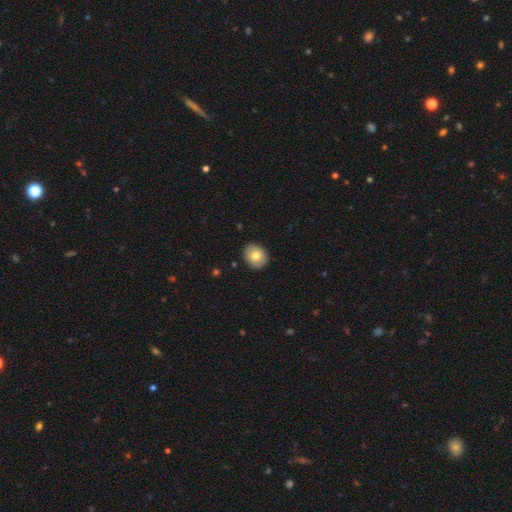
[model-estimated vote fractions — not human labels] Q: Smooth or featured?
A: smooth (76%); runner-up: featured or disk (17%)
Q: How rounded?
A: round (65%); runner-up: in between (34%)
Q: Merging?
A: none (90%); runner-up: minor disturbance (7%)